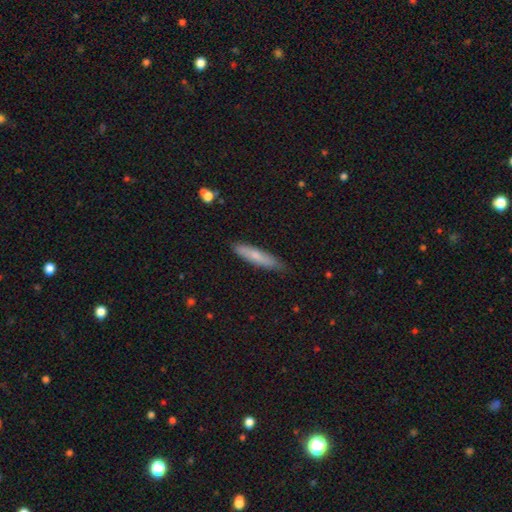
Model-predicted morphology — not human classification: smooth_or_featured: smooth (p=0.70) [alt: featured or disk p=0.24]
how_rounded: cigar-shaped (p=0.85) [alt: in between p=0.13]
merging: none (p=0.84) [alt: minor disturbance p=0.13]